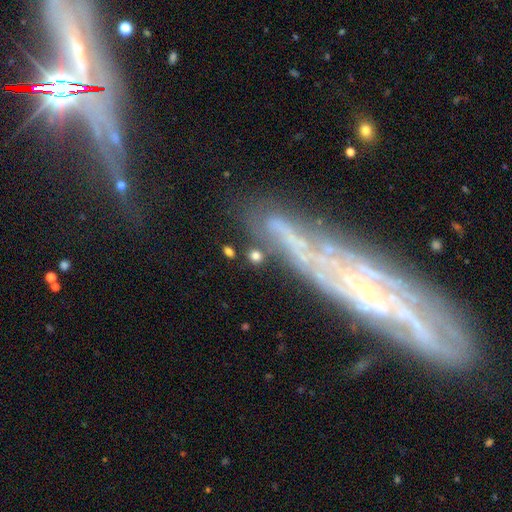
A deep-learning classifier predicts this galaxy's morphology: smooth_or_featured: smooth (p=0.69) [alt: featured or disk p=0.17]
how_rounded: round (p=0.60) [alt: in between p=0.32]
merging: none (p=0.75) [alt: minor disturbance p=0.11]